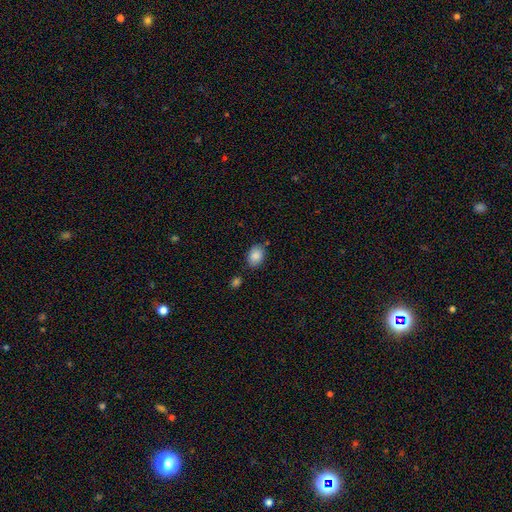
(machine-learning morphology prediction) A smooth galaxy with no disk features (87%) that is in between round and cigar-shaped (79%). Merging: none (76%).